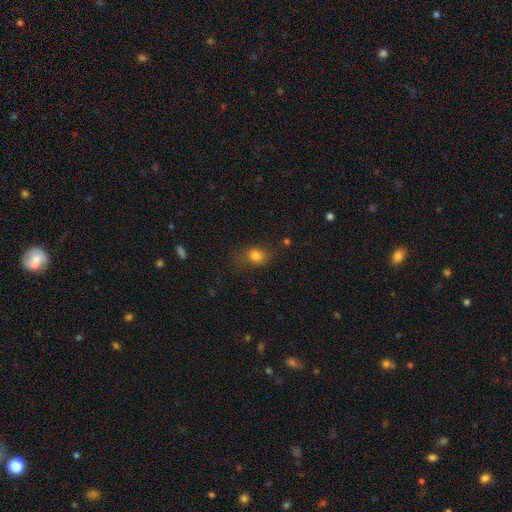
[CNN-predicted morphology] A smooth galaxy with no disk features (79%) that is round (50%).

Vote fractions:
- Smooth or featured? smooth: 79% / star or artifact: 13% / featured or disk: 9%
- How rounded? round: 50% / in between: 48% / cigar-shaped: 2%
- Merging? none: 68% / minor disturbance: 20% / major disturbance: 9% / merger: 2%